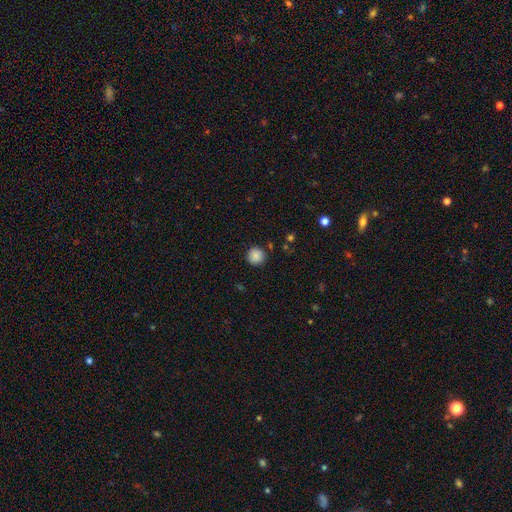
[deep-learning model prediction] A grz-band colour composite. It shows a smooth galaxy with no disk features (87%) that is round (95%). Merging: none (89%).